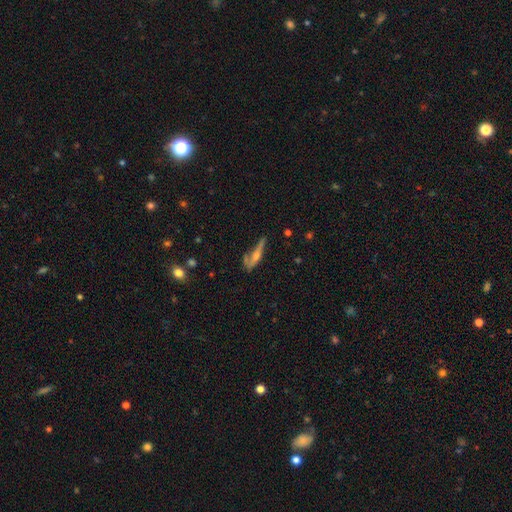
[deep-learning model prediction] Morphology: type=featured or disk (54%); edge-on=yes (71%); merging=none (40%).